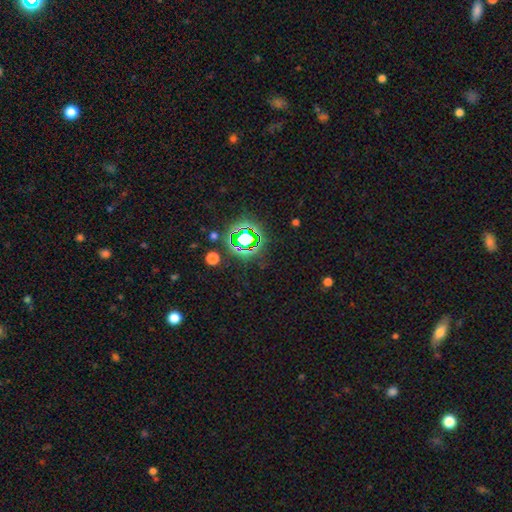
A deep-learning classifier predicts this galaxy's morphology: Smooth or featured?
  - star or artifact: 78% *
  - smooth: 14%
  - featured or disk: 8%